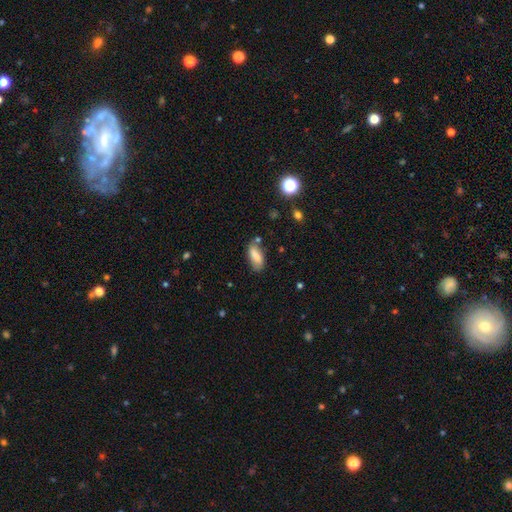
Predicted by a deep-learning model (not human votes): smooth-or-featured: smooth: 80% | featured or disk: 12% | star or artifact: 8%
  how-rounded: in between: 80% | cigar-shaped: 18% | round: 3%
  merging: none: 66% | minor disturbance: 23% | merger: 6% | major disturbance: 5%